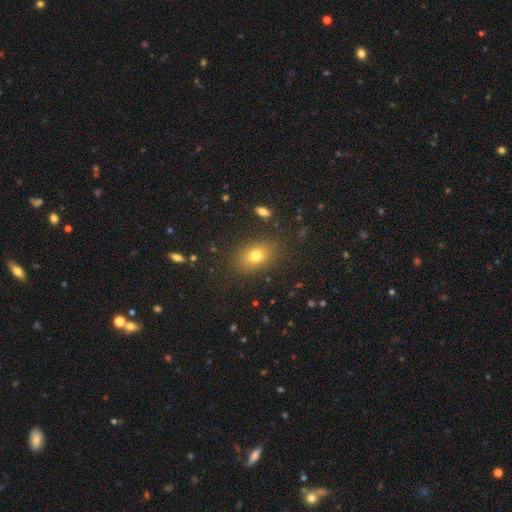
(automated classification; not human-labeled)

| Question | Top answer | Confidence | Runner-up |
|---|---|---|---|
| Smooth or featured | smooth | 75% | star or artifact (14%) |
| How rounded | in between | 75% | round (23%) |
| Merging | none | 85% | minor disturbance (10%) |